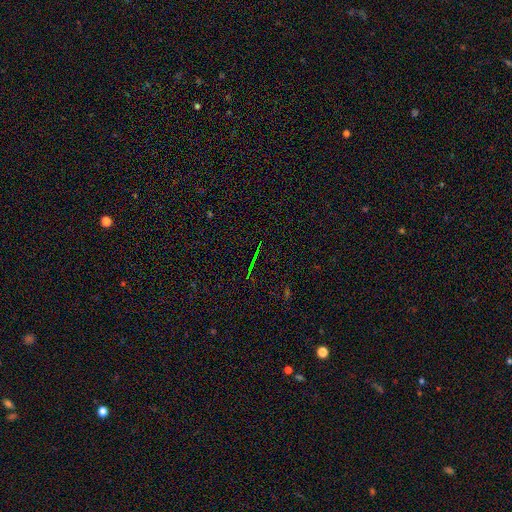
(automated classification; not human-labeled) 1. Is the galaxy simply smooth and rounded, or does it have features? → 74% star or artifact, 15% featured or disk, 11% smooth.